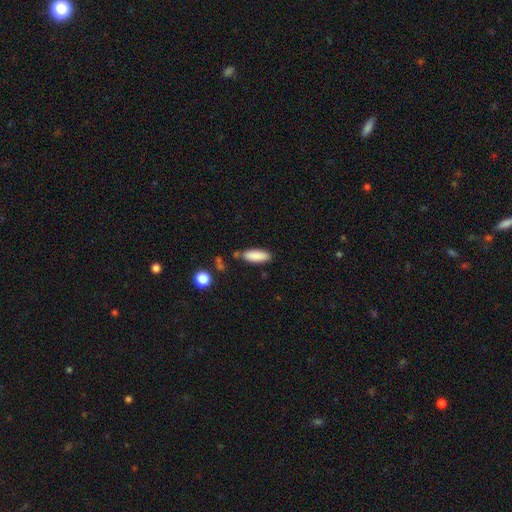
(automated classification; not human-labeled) A smooth galaxy with no disk features (87%) that is in between round and cigar-shaped (64%).

Vote fractions:
- Smooth or featured? smooth: 87% / star or artifact: 7% / featured or disk: 6%
- How rounded? in between: 64% / cigar-shaped: 35% / round: 2%
- Merging? none: 78% / minor disturbance: 15% / merger: 5% / major disturbance: 3%